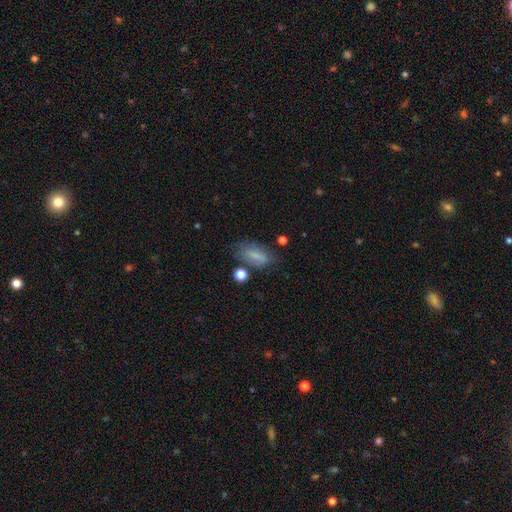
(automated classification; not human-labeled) Morphology: type=smooth (72%); roundness=in between (78%); merging=none (63%).